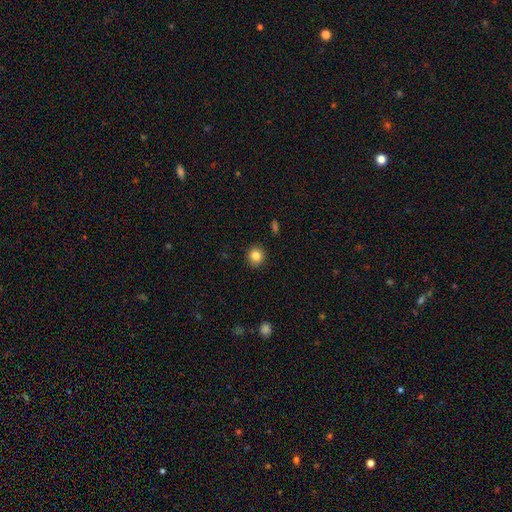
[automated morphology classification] Smooth or featured? smooth (84%)
How rounded? round (90%)
Merging? none (92%)